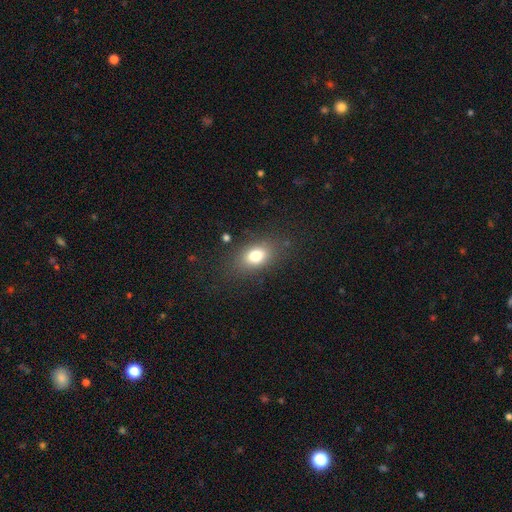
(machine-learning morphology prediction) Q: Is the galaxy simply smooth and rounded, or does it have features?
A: smooth — 78%.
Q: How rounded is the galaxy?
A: in between — 78%.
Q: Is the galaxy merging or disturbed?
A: none — 81%.